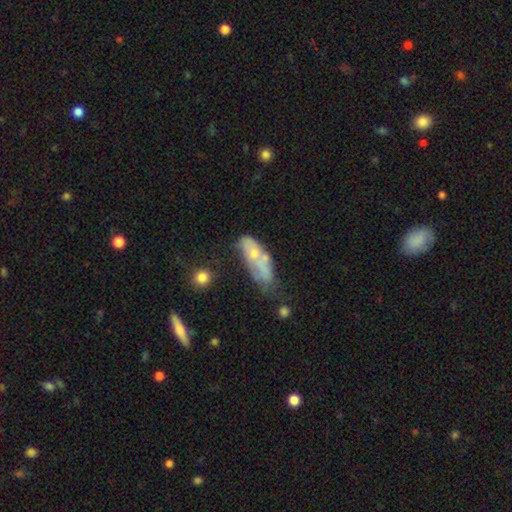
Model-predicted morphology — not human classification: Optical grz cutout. It shows a smooth galaxy with no disk features (46%). Merging: none (28%).